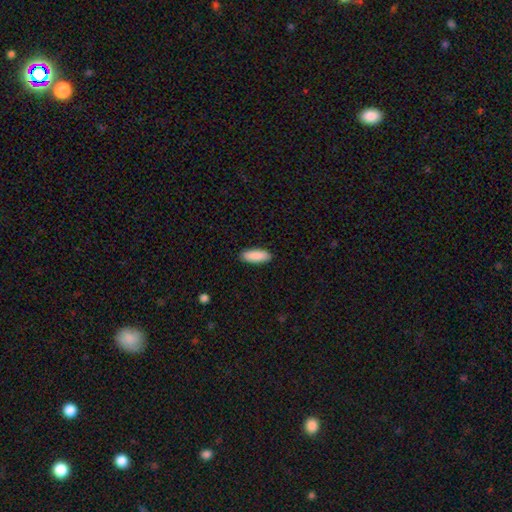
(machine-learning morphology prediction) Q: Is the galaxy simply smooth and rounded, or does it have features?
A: smooth — 90%.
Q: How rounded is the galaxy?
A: in between — 69%.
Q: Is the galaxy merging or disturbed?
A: none — 90%.